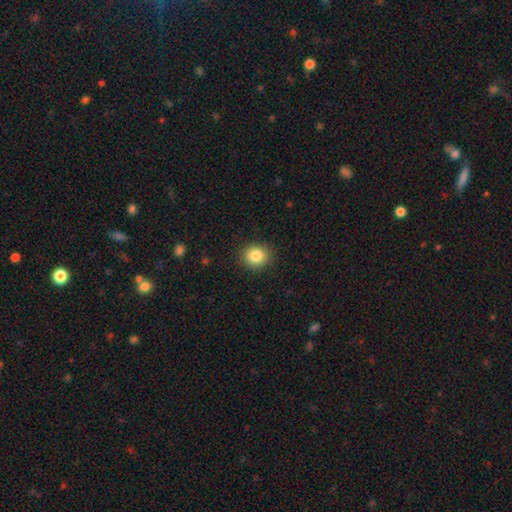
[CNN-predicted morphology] Smooth or featured? Predicted: smooth (p=0.85). How rounded? Predicted: round (p=0.77). Merging? Predicted: none (p=0.89).